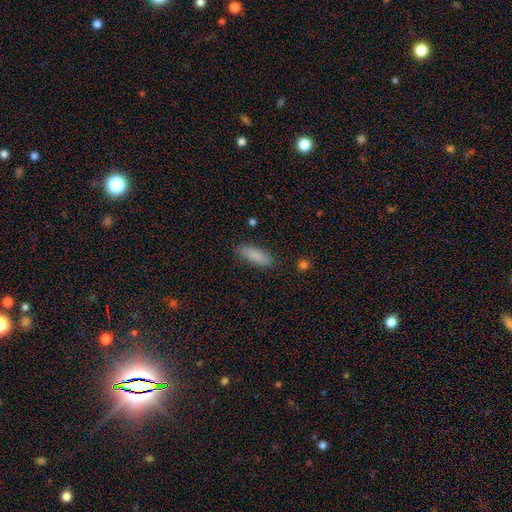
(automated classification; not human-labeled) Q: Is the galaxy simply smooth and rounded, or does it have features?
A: smooth — 87%.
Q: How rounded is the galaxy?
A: in between — 61%.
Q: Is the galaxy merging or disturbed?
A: none — 84%.